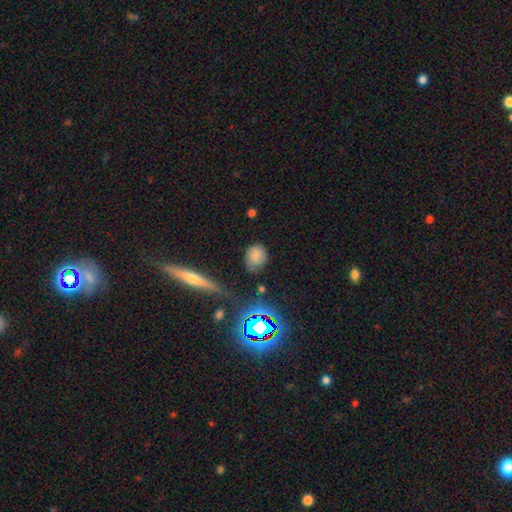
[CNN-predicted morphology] Q: Smooth or featured?
A: smooth (69%); runner-up: featured or disk (16%)
Q: How rounded?
A: round (55%); runner-up: in between (42%)
Q: Merging?
A: none (67%); runner-up: minor disturbance (23%)